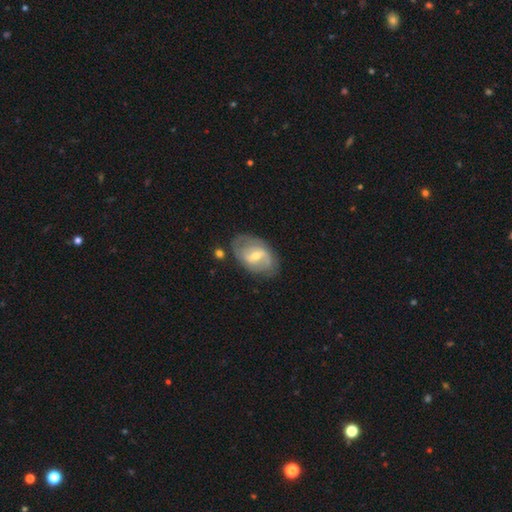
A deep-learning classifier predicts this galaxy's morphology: This is likely a featured or disk galaxy (72%). It is clearly not viewed edge-on (96%). Bar: possibly weak (54%). Spiral arm pattern: clearly yes (83%). Spiral arm count: likely 2 (73%). Spiral winding: marginally medium (44%). Central bulge: possibly moderate (53%). Merging: likely none (70%).